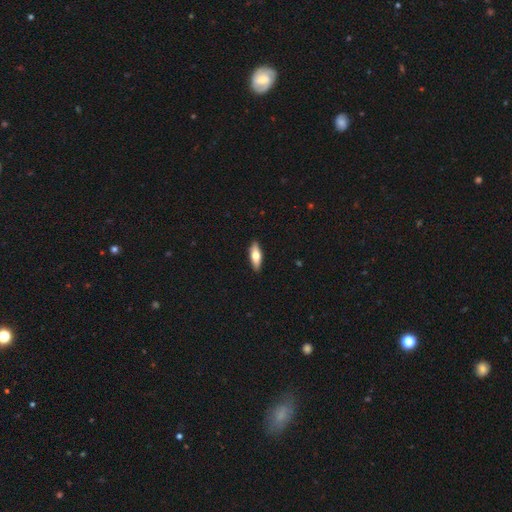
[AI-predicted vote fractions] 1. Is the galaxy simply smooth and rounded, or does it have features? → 61% smooth, 34% featured or disk, 6% star or artifact.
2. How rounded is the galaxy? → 62% in between, 36% cigar-shaped, 3% round.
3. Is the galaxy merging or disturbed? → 90% none, 8% minor disturbance, 2% major disturbance, 1% merger.